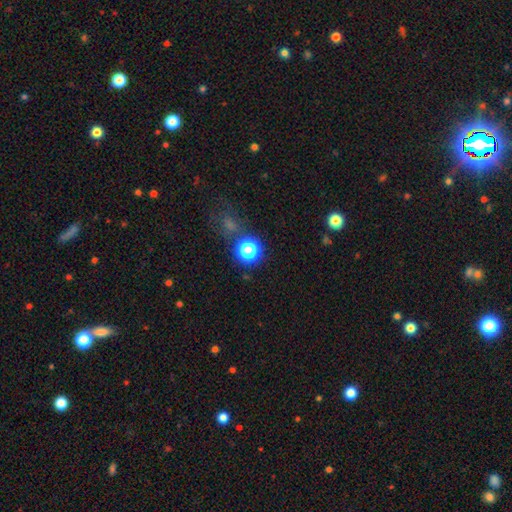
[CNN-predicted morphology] Smooth or featured?
  - star or artifact: 48% *
  - smooth: 42%
  - featured or disk: 10%